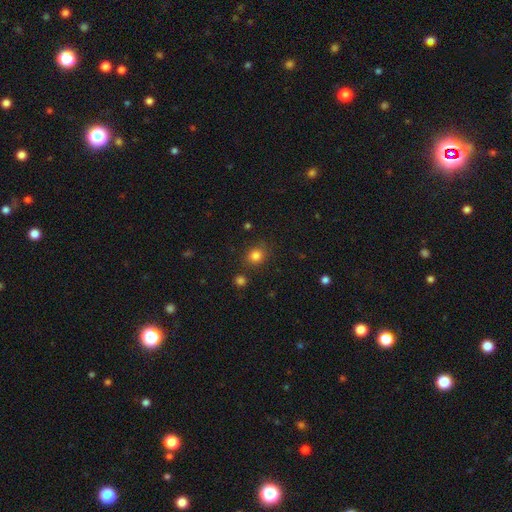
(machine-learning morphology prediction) Smooth or featured: smooth — 82% (star or artifact — 13%)
How rounded: round — 79% (in between — 20%)
Merging: none — 82% (minor disturbance — 11%)